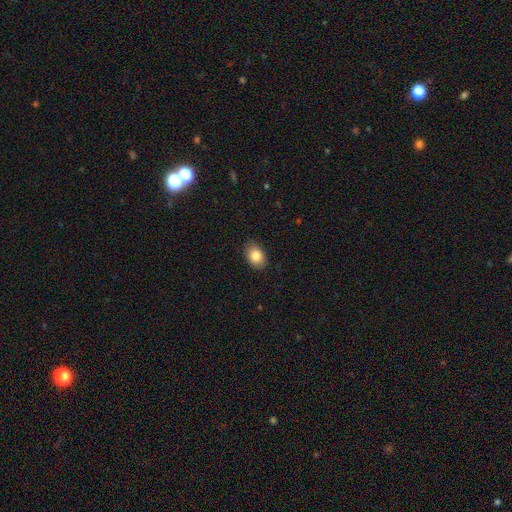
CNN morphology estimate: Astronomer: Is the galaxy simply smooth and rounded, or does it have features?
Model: smooth — 84%.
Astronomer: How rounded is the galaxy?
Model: in between — 81%.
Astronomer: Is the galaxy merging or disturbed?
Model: none — 88%.